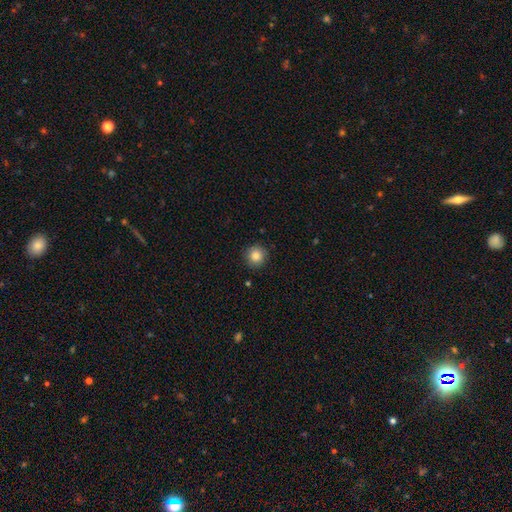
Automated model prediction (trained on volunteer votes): A smooth galaxy with no disk features (85%) that is round (93%). Merging: none (90%).